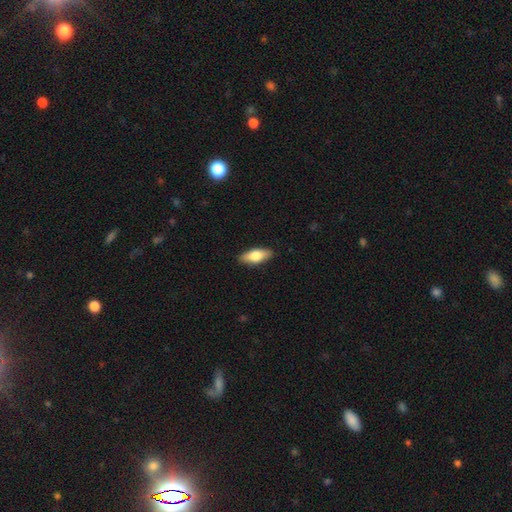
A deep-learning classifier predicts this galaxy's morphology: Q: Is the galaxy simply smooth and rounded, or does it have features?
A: smooth — 73%.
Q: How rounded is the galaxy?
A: in between — 76%.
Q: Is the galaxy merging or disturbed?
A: none — 89%.